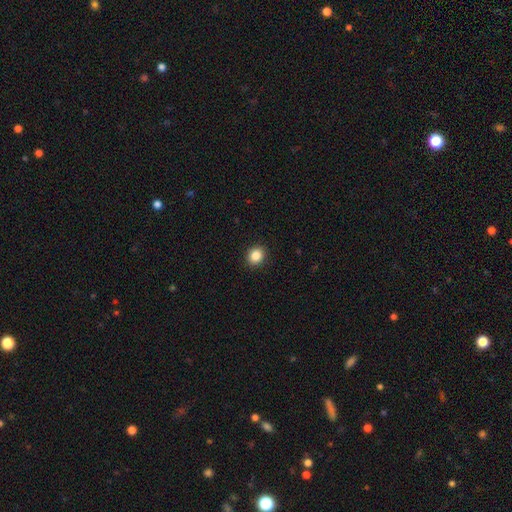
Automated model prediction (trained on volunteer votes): Q: Smooth or featured?
A: smooth (86%); runner-up: star or artifact (10%)
Q: How rounded?
A: round (70%); runner-up: in between (29%)
Q: Merging?
A: none (92%); runner-up: minor disturbance (6%)